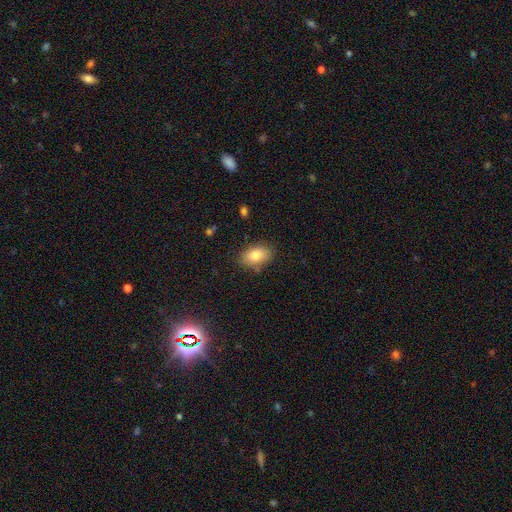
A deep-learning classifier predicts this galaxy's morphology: Overall: smooth (81%). How rounded: in between (90%). Merging: none (82%).